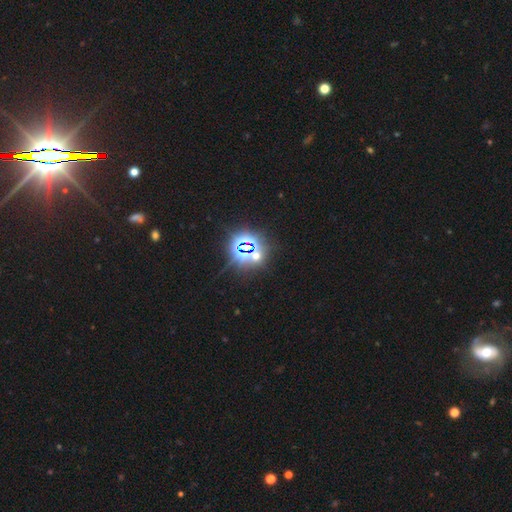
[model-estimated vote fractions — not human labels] smooth_or_featured: star or artifact (p=0.74) [alt: smooth p=0.18]